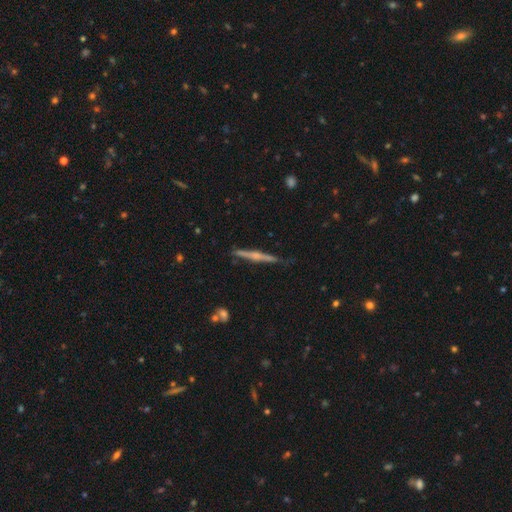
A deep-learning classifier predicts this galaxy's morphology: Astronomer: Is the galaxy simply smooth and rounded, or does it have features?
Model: featured or disk — 71%.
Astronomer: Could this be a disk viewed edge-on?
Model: yes — 98%.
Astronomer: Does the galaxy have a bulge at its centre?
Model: rounded — 72%.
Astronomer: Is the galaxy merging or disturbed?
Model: none — 83%.